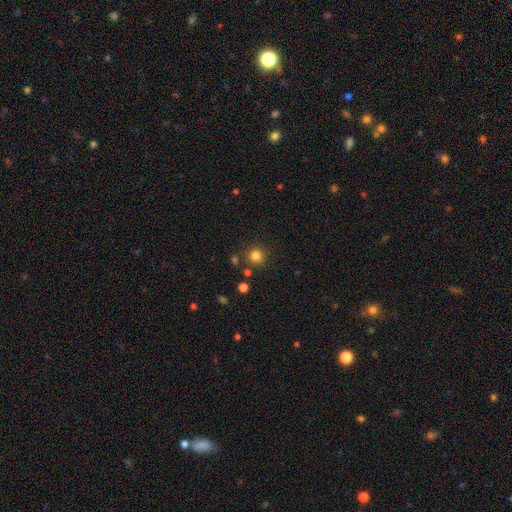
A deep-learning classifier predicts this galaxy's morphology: The model was most divided on "smooth or featured": smooth: 80%, star or artifact: 14%, featured or disk: 5%. More confident: how rounded — round (93%); merging — none (84%).